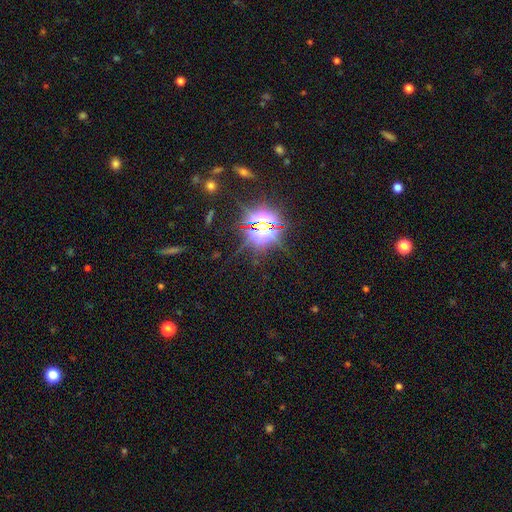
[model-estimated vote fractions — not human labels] Morphology: type=star or artifact (81%).